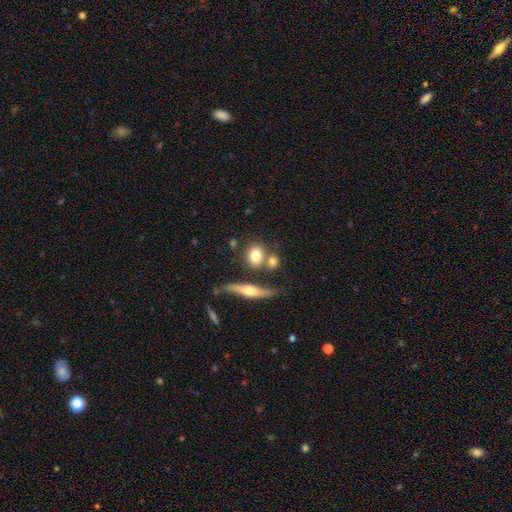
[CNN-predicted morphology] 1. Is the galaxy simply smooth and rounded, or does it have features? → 75% smooth, 17% featured or disk, 8% star or artifact.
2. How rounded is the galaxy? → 47% round (tied), 47% in between (tied), 6% cigar-shaped.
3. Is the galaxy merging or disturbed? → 58% none, 25% merger, 12% minor disturbance, 5% major disturbance.